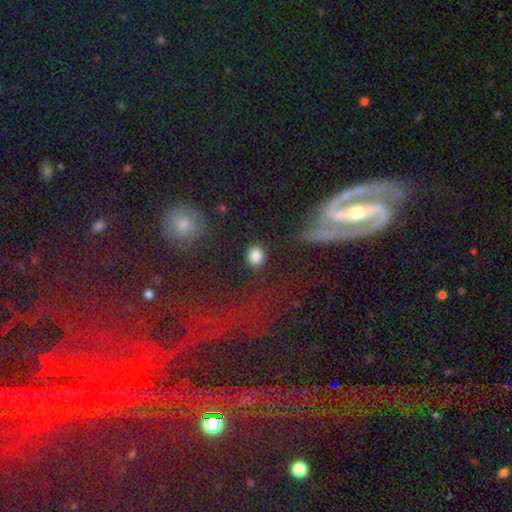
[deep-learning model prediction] Overall: smooth (84%). How rounded: round (70%). Merging: none (83%).